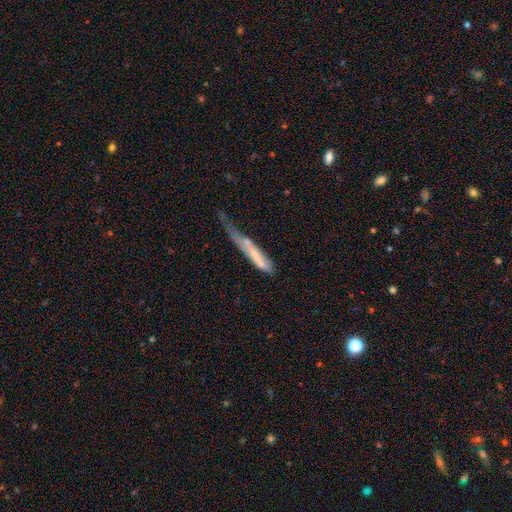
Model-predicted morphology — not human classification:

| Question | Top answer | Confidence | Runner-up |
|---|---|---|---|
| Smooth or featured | smooth | 56% | featured or disk (37%) |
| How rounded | cigar-shaped | 91% | in between (7%) |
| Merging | major disturbance | 34% | minor disturbance (29%) |